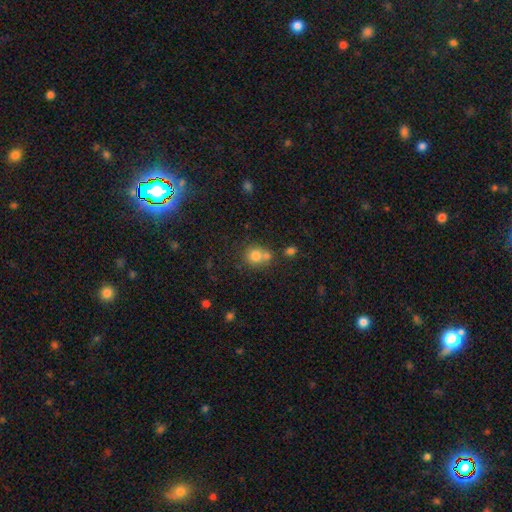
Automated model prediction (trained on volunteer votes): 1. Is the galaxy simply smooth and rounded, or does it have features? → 78% smooth, 12% star or artifact, 10% featured or disk.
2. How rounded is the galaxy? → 79% round, 20% in between, 1% cigar-shaped.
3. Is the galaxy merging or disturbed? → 48% none, 38% merger, 10% minor disturbance, 4% major disturbance.